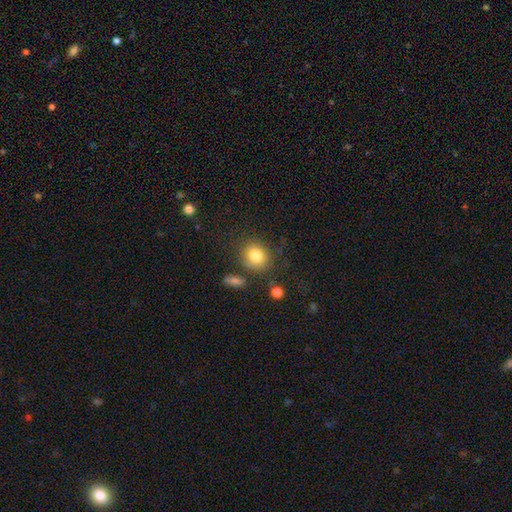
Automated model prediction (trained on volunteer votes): A smooth galaxy with no disk features (82%) that is round (75%). Merging: none (77%).